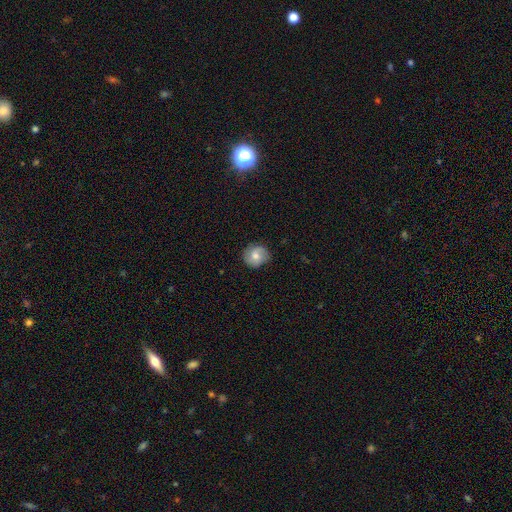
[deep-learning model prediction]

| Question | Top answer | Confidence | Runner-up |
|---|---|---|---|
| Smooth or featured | smooth | 64% | featured or disk (28%) |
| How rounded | round | 86% | in between (13%) |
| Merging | none | 82% | minor disturbance (14%) |